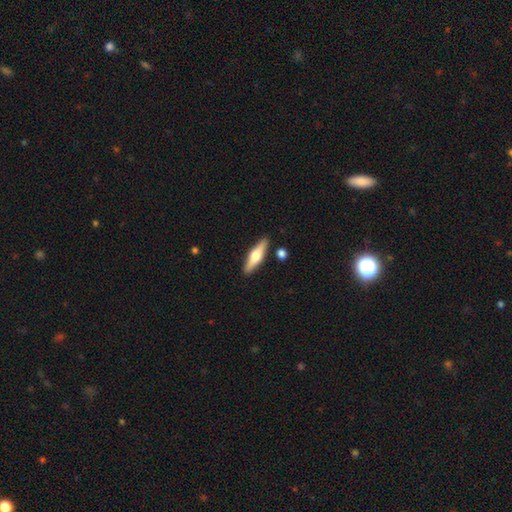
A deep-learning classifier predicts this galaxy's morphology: smooth-or-featured: featured or disk: 55% | smooth: 39% | star or artifact: 5%
  disk-edge-on: yes: 95% | no: 5%
    edge-on-bulge: rounded: 94% | boxy: 4% | none: 2%
  merging: none: 87% | minor disturbance: 8% | merger: 3% | major disturbance: 2%